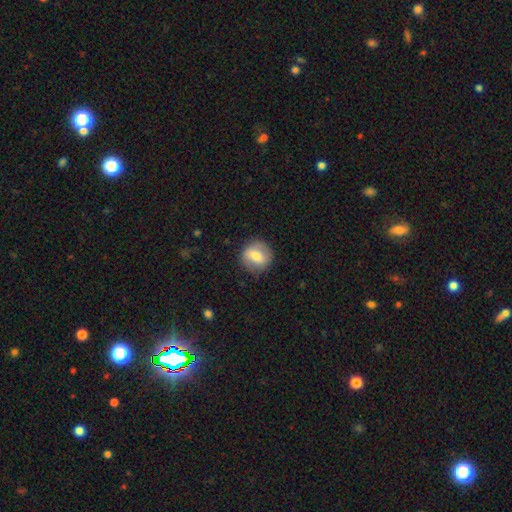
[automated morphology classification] Smooth or featured? smooth (65%)
How rounded? round (88%)
Merging? none (86%)